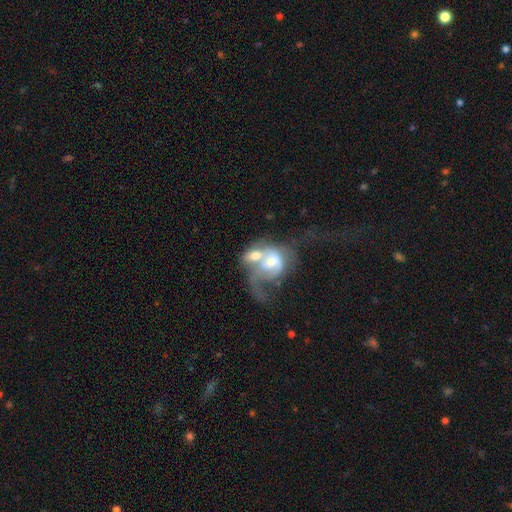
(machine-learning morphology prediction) type=featured or disk (54%); edge-on=no (96%); bar=no (67%); spiral arms=yes (57%); bulge=moderate (54%); merging=merger (68%).